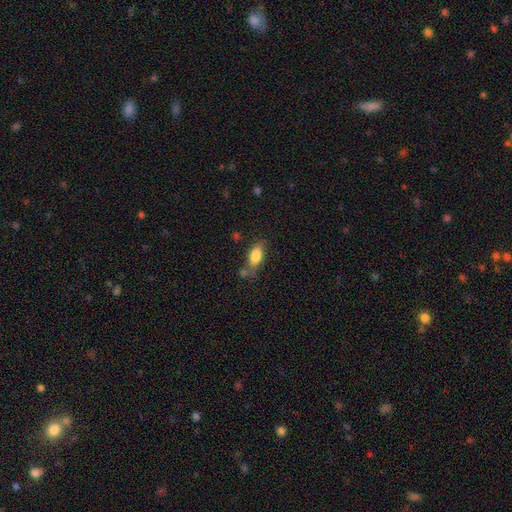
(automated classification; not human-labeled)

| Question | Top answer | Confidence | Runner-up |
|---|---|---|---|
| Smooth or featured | smooth | 83% | featured or disk (10%) |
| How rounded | in between | 86% | cigar-shaped (9%) |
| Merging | none | 61% | minor disturbance (19%) |